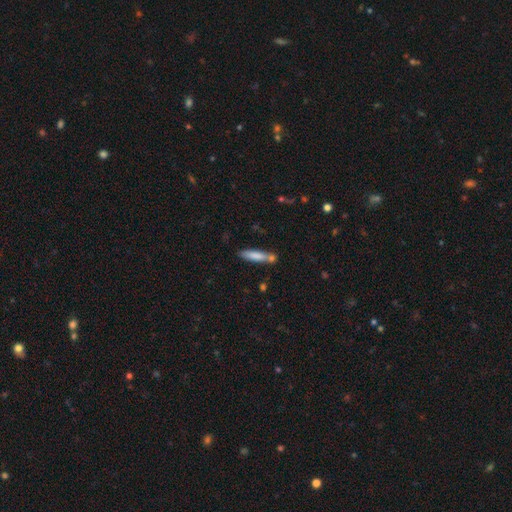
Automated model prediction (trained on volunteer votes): Smooth or featured? Predicted: smooth (p=0.76). How rounded? Predicted: cigar-shaped (p=0.84). Merging? Predicted: none (p=0.64).